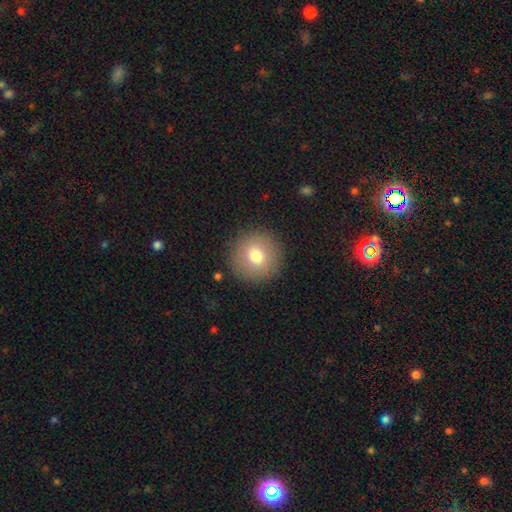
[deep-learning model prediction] Morphology: type=smooth (73%); roundness=round (94%); merging=none (89%).